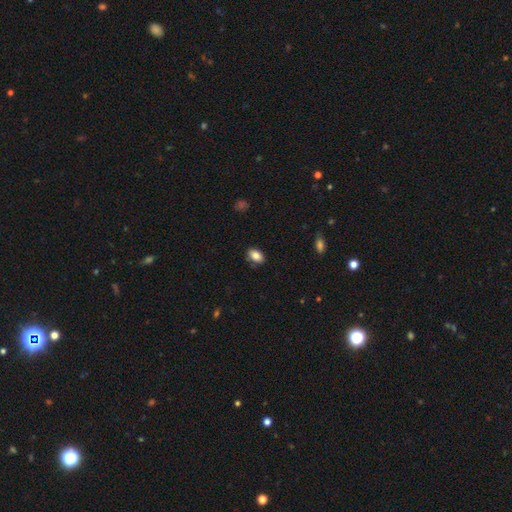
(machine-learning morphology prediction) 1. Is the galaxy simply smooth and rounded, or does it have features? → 85% smooth, 8% star or artifact, 7% featured or disk.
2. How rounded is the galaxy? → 89% in between, 9% round, 2% cigar-shaped.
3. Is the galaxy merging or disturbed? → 84% none, 12% minor disturbance, 2% major disturbance, 1% merger.